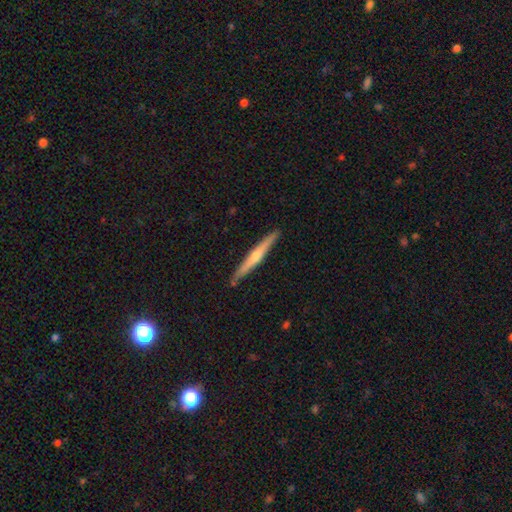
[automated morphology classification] type=featured or disk (61%); edge-on=yes (98%); edge-on bulge=rounded (72%); merging=none (90%).